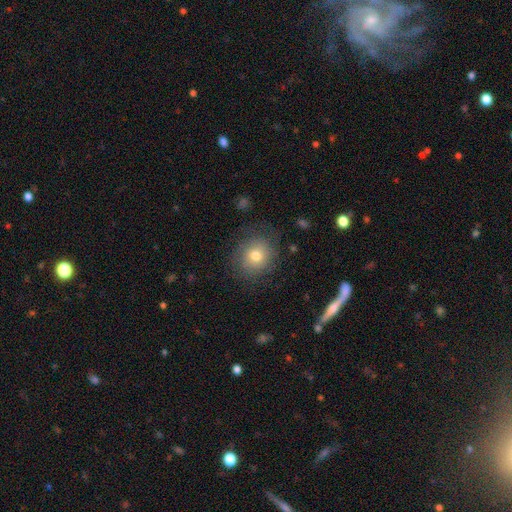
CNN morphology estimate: smooth_or_featured: smooth (p=0.73) [alt: featured or disk p=0.16]
how_rounded: round (p=0.80) [alt: in between p=0.19]
merging: none (p=0.77) [alt: minor disturbance p=0.15]